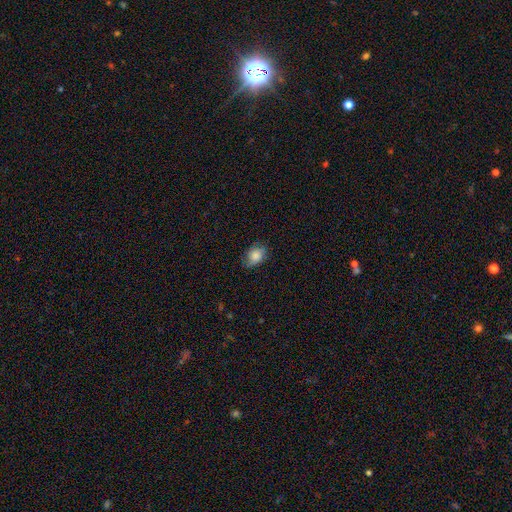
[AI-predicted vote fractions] This is likely a smooth galaxy (79%). How rounded: likely in between (69%). Merging: likely none (70%).